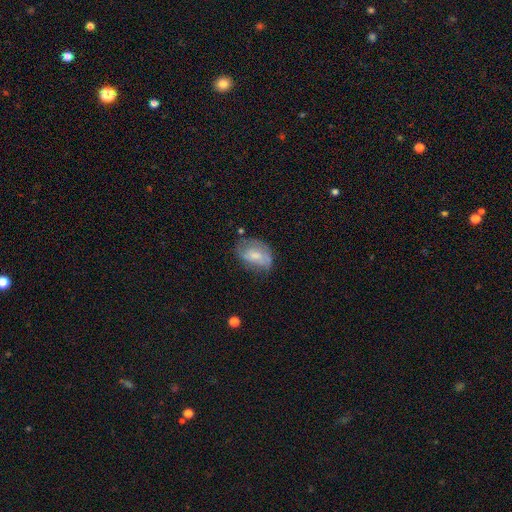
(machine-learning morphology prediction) Smooth or featured? Predicted: smooth (p=0.50). Merging? Predicted: none (p=0.46).